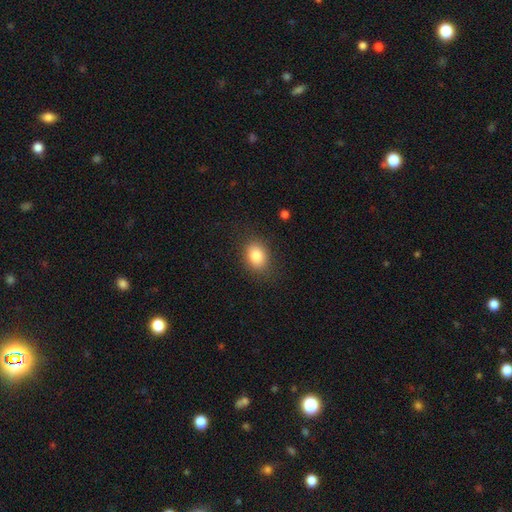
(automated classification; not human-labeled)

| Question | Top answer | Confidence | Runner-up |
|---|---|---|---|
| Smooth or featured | smooth | 83% | star or artifact (9%) |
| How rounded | in between | 66% | round (33%) |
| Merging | none | 84% | minor disturbance (11%) |